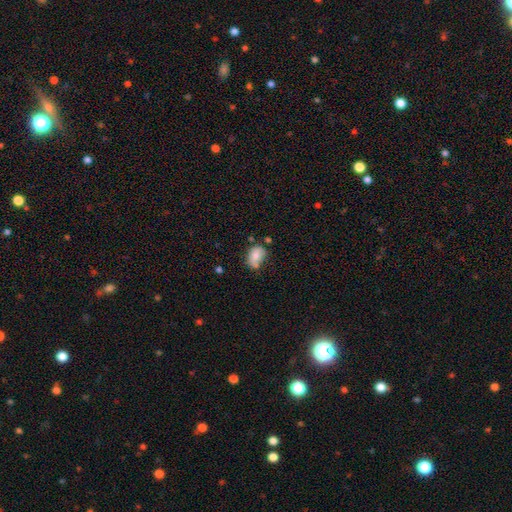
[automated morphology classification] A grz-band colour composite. It shows a smooth galaxy with no disk features (74%) that is in between round and cigar-shaped (76%). Merging: none (48%).